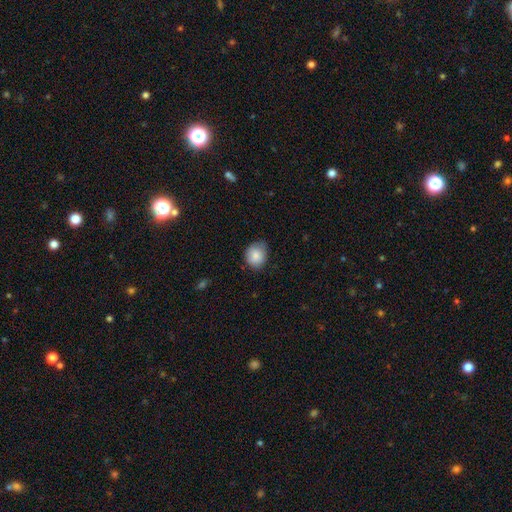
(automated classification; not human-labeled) Smooth or featured? smooth (85%)
How rounded? round (65%)
Merging? none (63%)